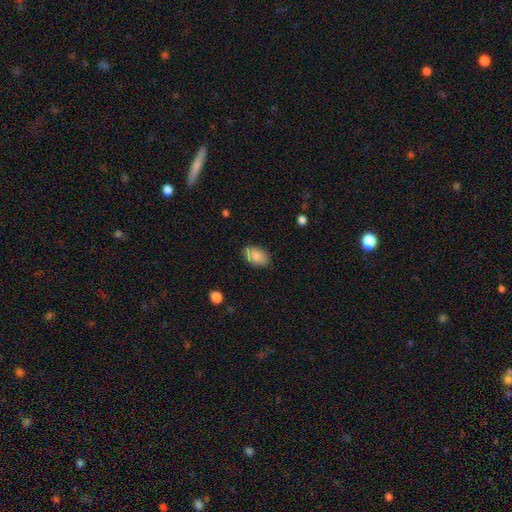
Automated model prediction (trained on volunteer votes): Smooth or featured? Predicted: smooth (p=0.85). How rounded? Predicted: in between (p=0.91). Merging? Predicted: none (p=0.81).